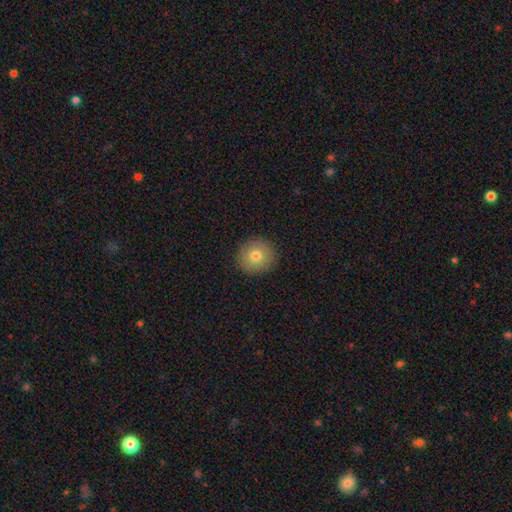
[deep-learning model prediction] Smooth or featured? smooth (78%)
How rounded? round (91%)
Merging? none (91%)